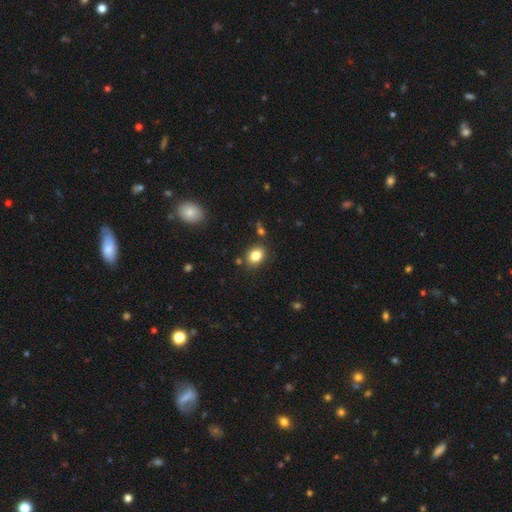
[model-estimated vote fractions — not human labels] Q: Smooth or featured?
A: smooth (82%); runner-up: star or artifact (10%)
Q: How rounded?
A: in between (61%); runner-up: round (38%)
Q: Merging?
A: none (83%); runner-up: minor disturbance (10%)